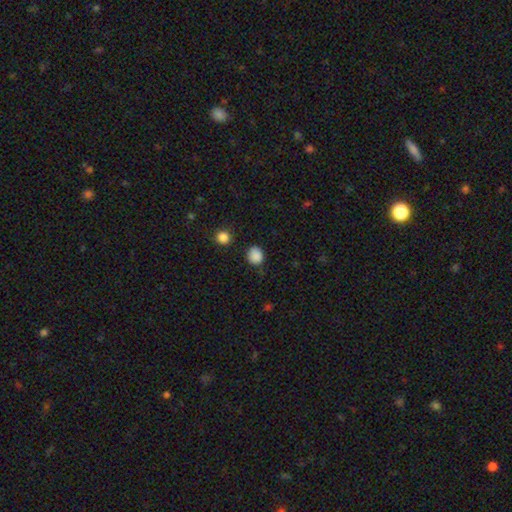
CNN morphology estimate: A smooth galaxy with no disk features (86%) that is round (71%). Merging: none (82%).